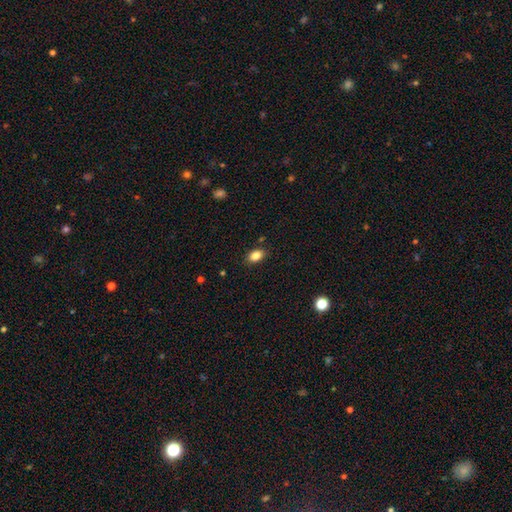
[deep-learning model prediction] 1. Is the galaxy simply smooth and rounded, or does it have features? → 85% smooth, 9% star or artifact, 6% featured or disk.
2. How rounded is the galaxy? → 85% in between, 13% round, 2% cigar-shaped.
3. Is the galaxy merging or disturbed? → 86% none, 10% minor disturbance, 2% major disturbance, 2% merger.